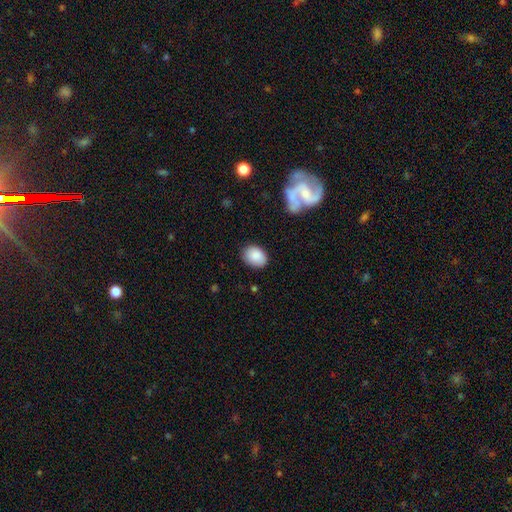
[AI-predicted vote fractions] A smooth galaxy with no disk features (87%) that is in between round and cigar-shaped (71%).

Vote fractions:
- Smooth or featured? smooth: 87% / star or artifact: 7% / featured or disk: 6%
- How rounded? in between: 71% / round: 28% / cigar-shaped: 1%
- Merging? none: 83% / minor disturbance: 12% / major disturbance: 3% / merger: 2%